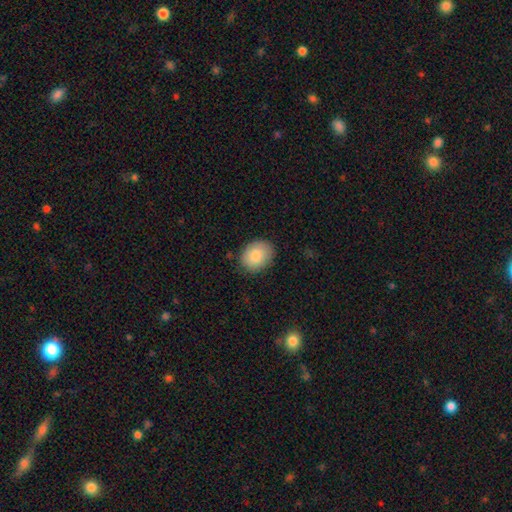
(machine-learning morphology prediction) A smooth galaxy with no disk features (85%) that is in between round and cigar-shaped (58%).

Vote fractions:
- Smooth or featured? smooth: 85% / featured or disk: 8% / star or artifact: 7%
- How rounded? in between: 58% / round: 42% / cigar-shaped: 1%
- Merging? none: 84% / minor disturbance: 12% / major disturbance: 3% / merger: 1%